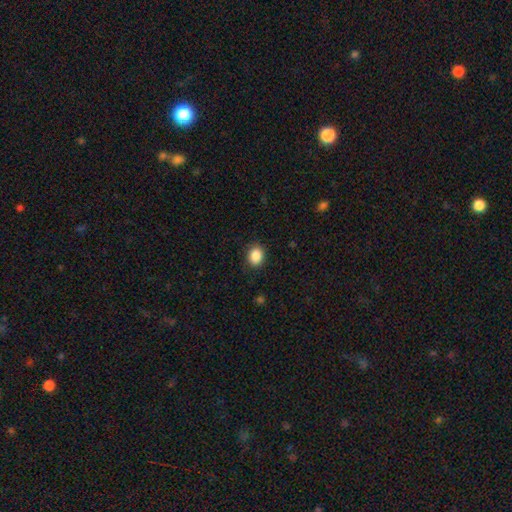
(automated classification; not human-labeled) The model was most divided on "how rounded": in between: 53%, round: 46%, cigar-shaped: 1%. More confident: merging — none (88%); smooth or featured — smooth (88%).